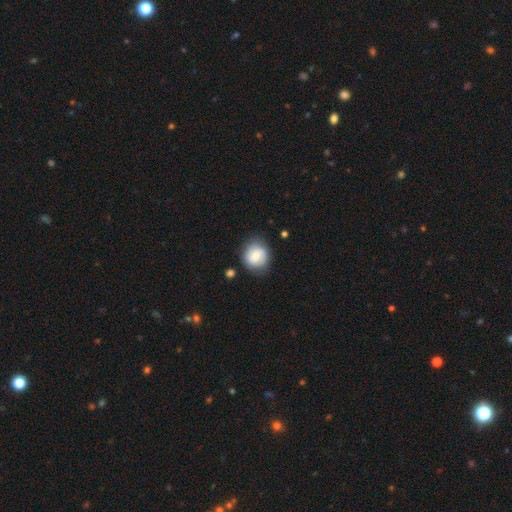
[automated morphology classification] Overall: smooth (74%). How rounded: round (78%). Merging: none (76%).